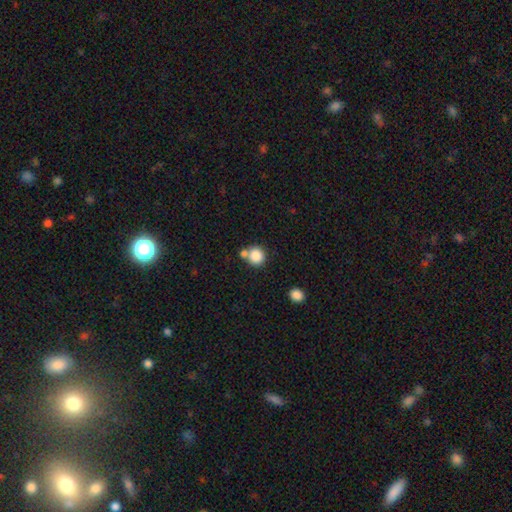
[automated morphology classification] Smooth or featured? smooth (84%)
How rounded? round (90%)
Merging? none (57%)